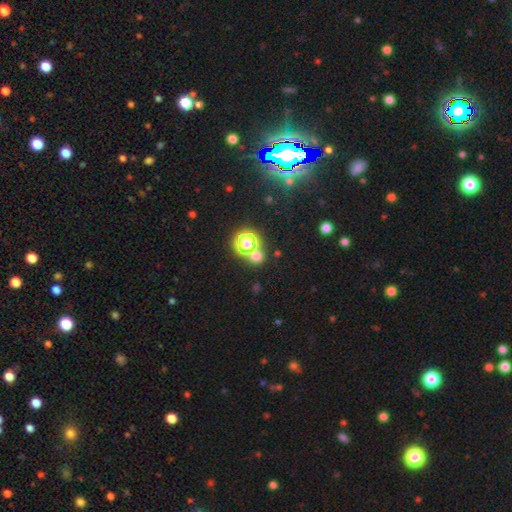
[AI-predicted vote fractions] Smooth or featured? smooth (59%)
How rounded? round (85%)
Merging? none (67%)